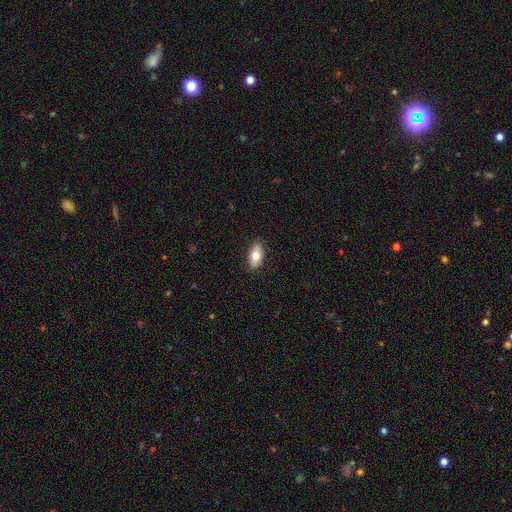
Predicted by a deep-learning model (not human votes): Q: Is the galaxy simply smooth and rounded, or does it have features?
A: smooth — 75%.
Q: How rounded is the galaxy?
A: in between — 90%.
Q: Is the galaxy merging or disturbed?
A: none — 88%.